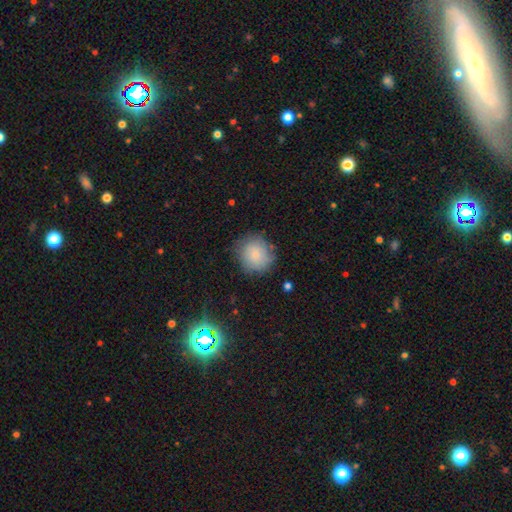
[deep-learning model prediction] Overall: smooth (79%). How rounded: round (86%). Merging: none (75%).